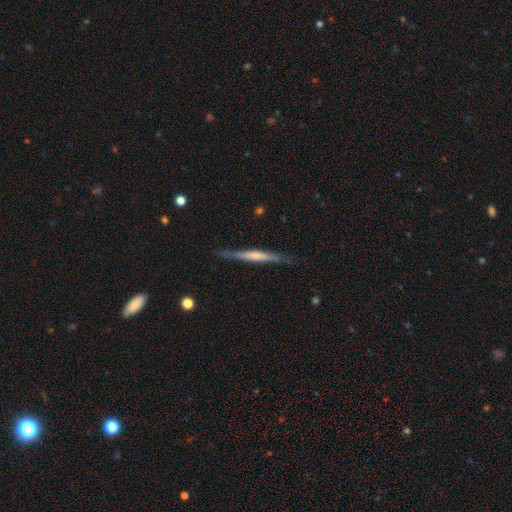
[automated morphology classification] type=featured or disk (52%); edge-on=yes (95%); merging=none (78%).